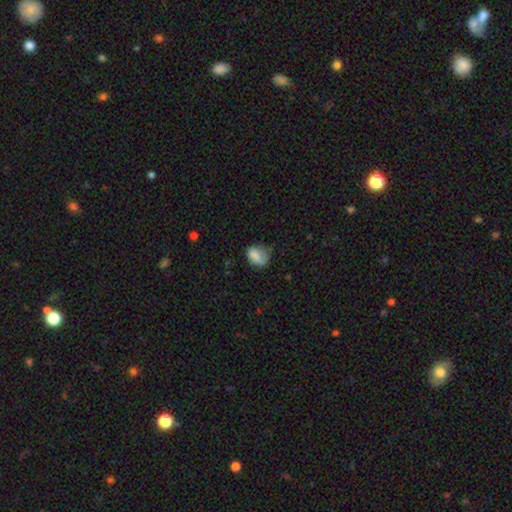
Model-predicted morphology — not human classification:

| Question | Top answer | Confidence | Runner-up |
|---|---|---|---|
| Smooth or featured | smooth | 81% | featured or disk (10%) |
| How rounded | in between | 74% | round (24%) |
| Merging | none | 47% | minor disturbance (36%) |